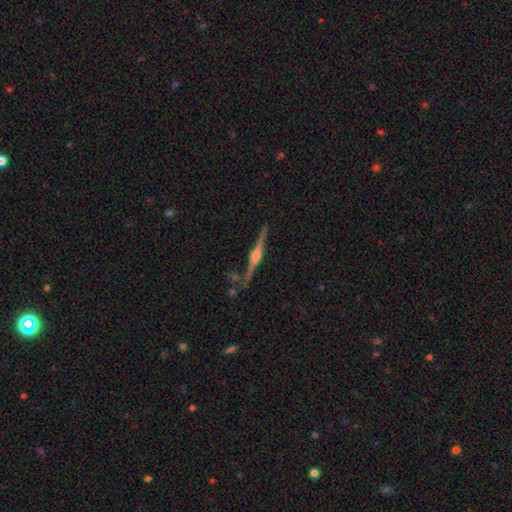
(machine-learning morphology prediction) Smooth or featured: featured or disk — 88% (smooth — 7%)
Edge-on disk: yes — 98% (no — 2%)
Edge-on bulge: rounded — 90% (boxy — 7%)
Merging: none — 86% (minor disturbance — 9%)